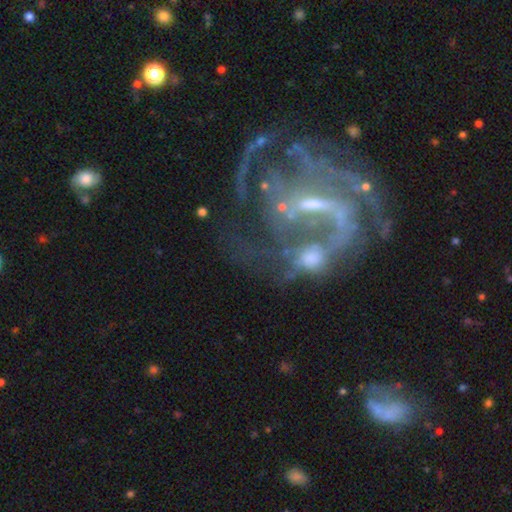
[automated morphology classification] This appears to be a featured or disk galaxy (85%) with a weak bar (45%), 2 (31%) medium (46%) spiral arms (84%) and a small central bulge (54%). Merging: none (37%).